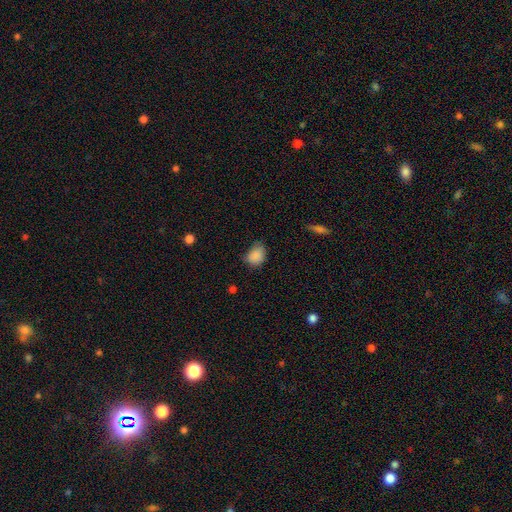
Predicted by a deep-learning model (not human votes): This is clearly a smooth galaxy (86%). How rounded: likely in between (67%). Merging: possibly none (56%).